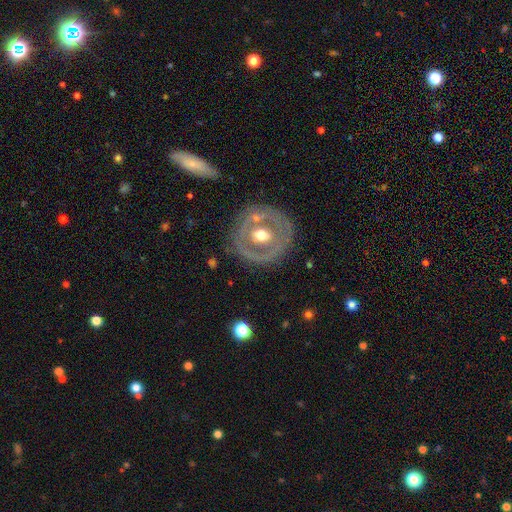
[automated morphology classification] The model was most divided on "smooth or featured": featured or disk: 65%, smooth: 28%, star or artifact: 7%. More confident: edge-on disk — no (92%); spiral arms — no (79%); merging — none (79%); bulge size — moderate (78%); bar — no (70%).